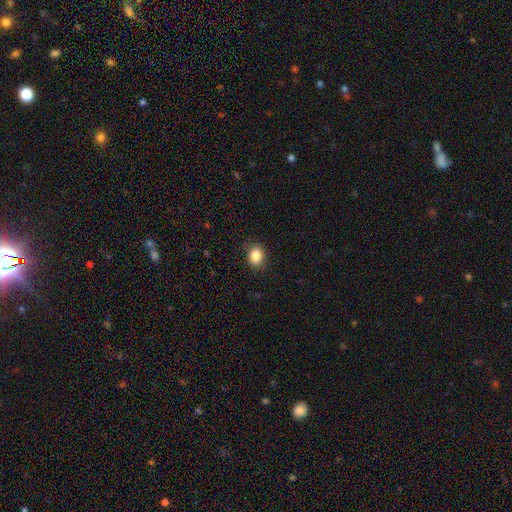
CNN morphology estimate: Smooth or featured? smooth (86%)
How rounded? round (55%)
Merging? none (86%)